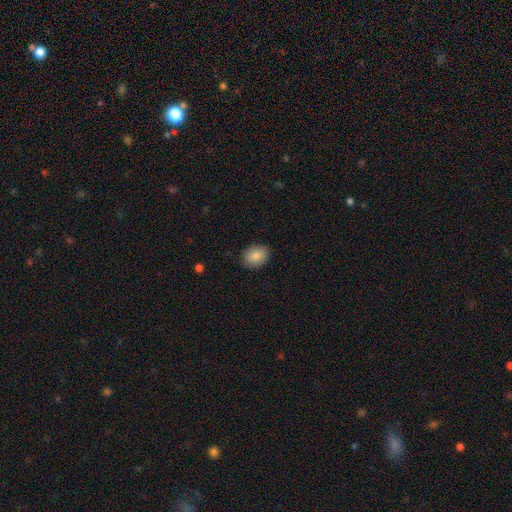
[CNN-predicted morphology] Smooth or featured: smooth — 85% (featured or disk — 8%)
How rounded: in between — 61% (round — 38%)
Merging: none — 87% (minor disturbance — 10%)